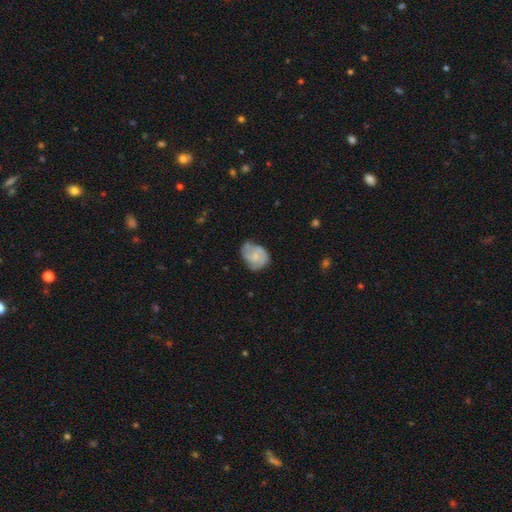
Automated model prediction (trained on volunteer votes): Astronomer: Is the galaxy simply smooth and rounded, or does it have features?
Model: featured or disk — 53% (runner-up: smooth, 39%).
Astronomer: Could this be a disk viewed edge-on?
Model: no — 98%.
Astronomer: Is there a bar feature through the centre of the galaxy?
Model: no — 73%.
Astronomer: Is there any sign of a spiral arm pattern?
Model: yes — 80%.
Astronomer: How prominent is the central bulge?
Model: small — 46% (runner-up: none, 27%).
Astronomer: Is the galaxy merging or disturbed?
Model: none — 53% (runner-up: minor disturbance, 32%).